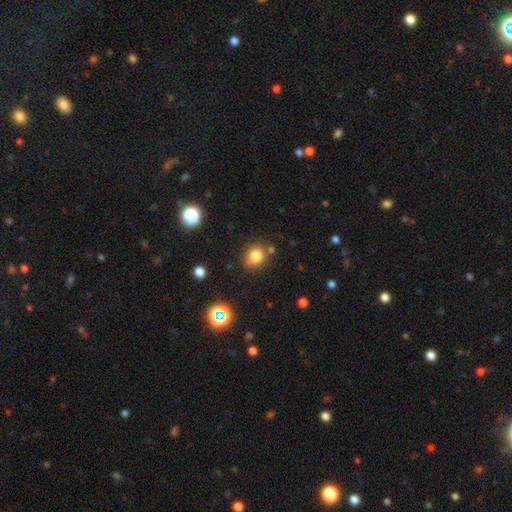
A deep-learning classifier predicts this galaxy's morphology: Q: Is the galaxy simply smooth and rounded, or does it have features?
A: smooth — 80%.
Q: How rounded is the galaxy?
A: round — 77%.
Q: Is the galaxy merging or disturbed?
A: none — 78%.